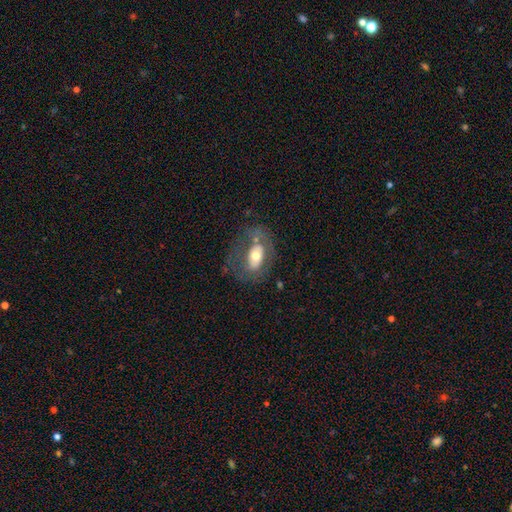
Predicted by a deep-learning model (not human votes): smooth_or_featured: smooth (p=0.48) [alt: featured or disk p=0.44]
merging: none (p=0.55) [alt: minor disturbance p=0.20]